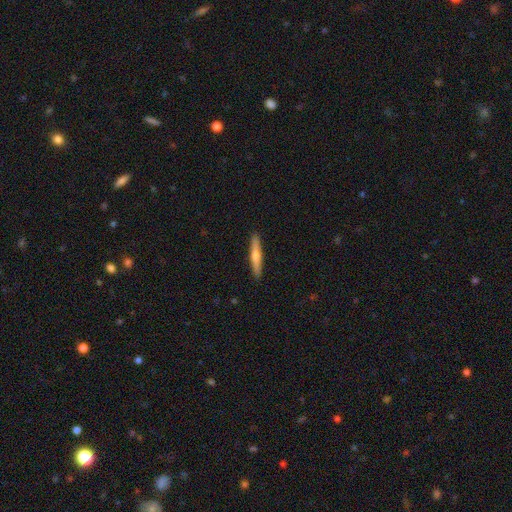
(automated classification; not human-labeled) Morphology: type=featured or disk (48%); merging=none (92%).